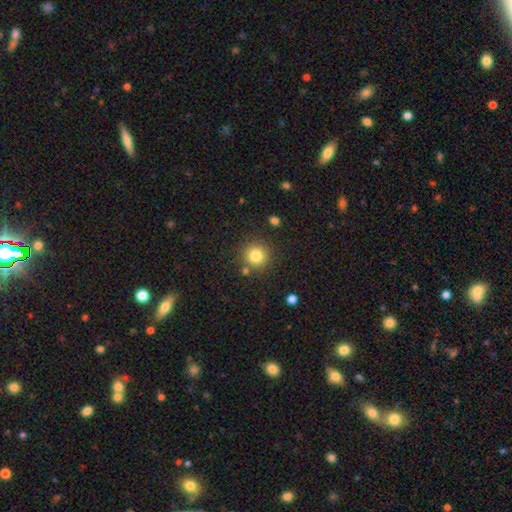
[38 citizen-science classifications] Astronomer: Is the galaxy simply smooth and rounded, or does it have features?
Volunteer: smooth — 89%.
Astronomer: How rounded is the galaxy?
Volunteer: round — 91%.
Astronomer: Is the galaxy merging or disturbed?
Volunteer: none — 81%.